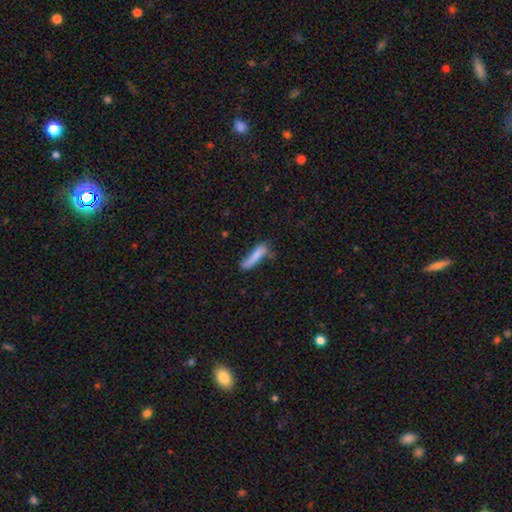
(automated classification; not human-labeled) Smooth or featured?
  - smooth: 74% *
  - featured or disk: 19%
  - star or artifact: 7%
How rounded?
  - cigar-shaped: 76% *
  - in between: 23%
  - round: 2%
Merging?
  - none: 43% *
  - minor disturbance: 31%
  - major disturbance: 17%
  - merger: 10%